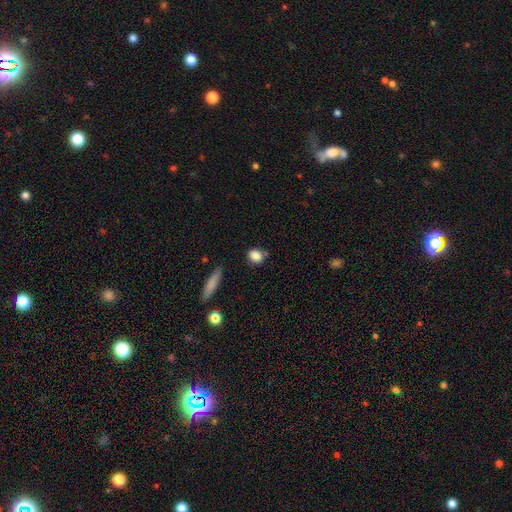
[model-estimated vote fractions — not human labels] Smooth or featured? Predicted: smooth (p=0.86). How rounded? Predicted: round (p=0.49). Merging? Predicted: none (p=0.74).